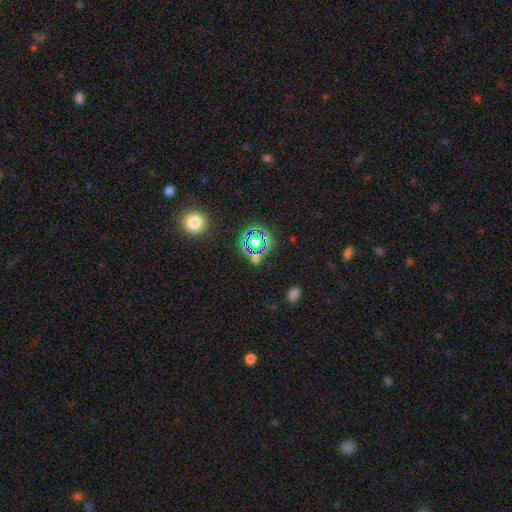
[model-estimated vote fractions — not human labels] smooth_or_featured: star or artifact (p=0.70) [alt: smooth p=0.21]